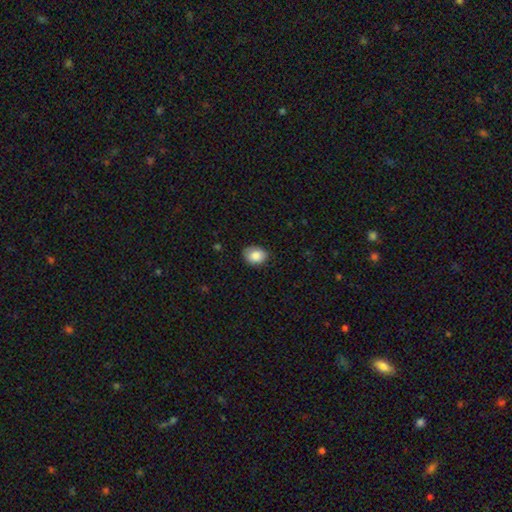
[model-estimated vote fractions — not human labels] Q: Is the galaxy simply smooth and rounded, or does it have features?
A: smooth — 86%.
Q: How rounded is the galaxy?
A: in between — 65%.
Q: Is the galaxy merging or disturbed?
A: none — 78%.